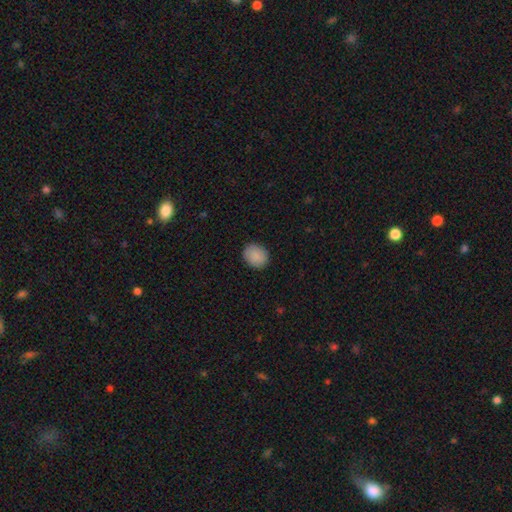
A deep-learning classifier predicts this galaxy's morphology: smooth_or_featured: smooth (p=0.89) [alt: star or artifact p=0.07]
how_rounded: round (p=0.64) [alt: in between p=0.35]
merging: none (p=0.88) [alt: minor disturbance p=0.09]